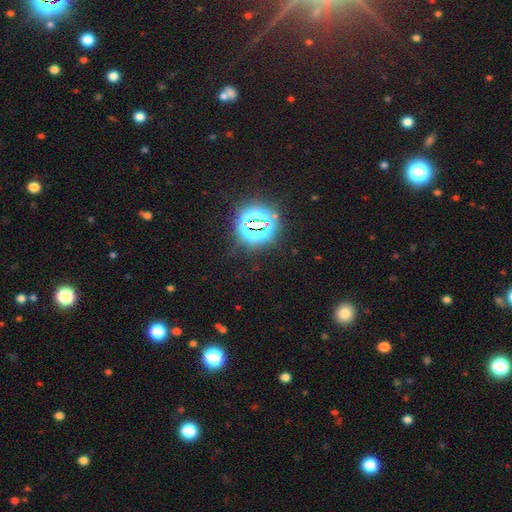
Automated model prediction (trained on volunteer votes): A star or artifact, not a galaxy (78%).